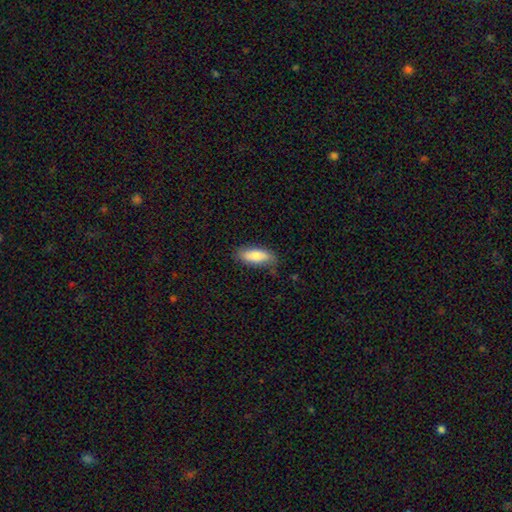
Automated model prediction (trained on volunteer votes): The model was most divided on "how rounded": in between: 71%, cigar-shaped: 27%, round: 2%. More confident: smooth or featured — smooth (82%); merging — none (77%).